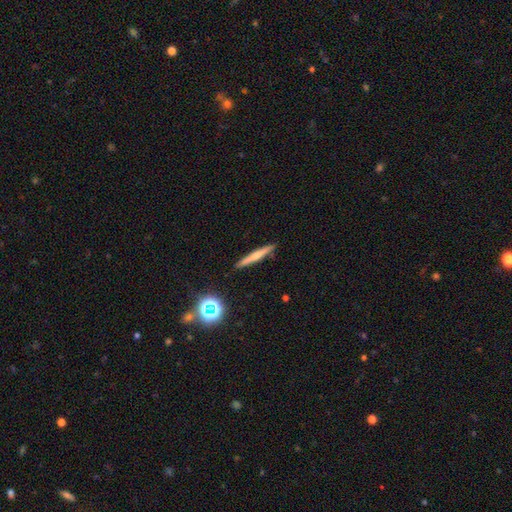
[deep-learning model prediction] Morphology: type=smooth (55%); roundness=cigar-shaped (95%); merging=none (89%).